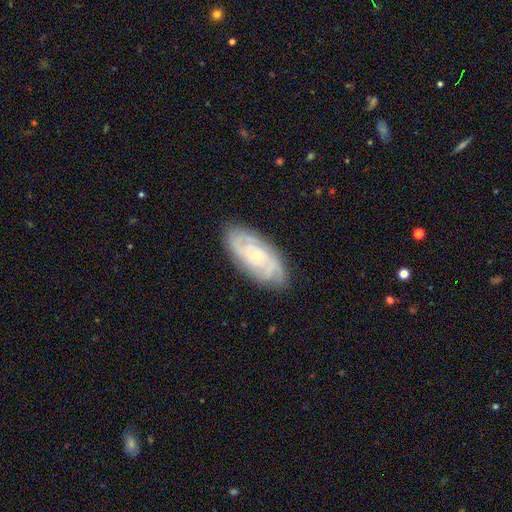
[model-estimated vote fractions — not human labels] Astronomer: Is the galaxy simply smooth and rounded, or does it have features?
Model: featured or disk — 75%.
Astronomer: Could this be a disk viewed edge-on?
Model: no — 93%.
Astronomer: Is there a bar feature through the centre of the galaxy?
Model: no — 72%.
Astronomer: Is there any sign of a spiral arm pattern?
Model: yes — 94%.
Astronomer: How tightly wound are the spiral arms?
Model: tight — 64%.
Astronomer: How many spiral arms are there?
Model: can't tell — 35% (runner-up: 3, 19%).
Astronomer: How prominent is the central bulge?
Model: small — 77%.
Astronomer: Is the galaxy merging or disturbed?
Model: none — 83%.